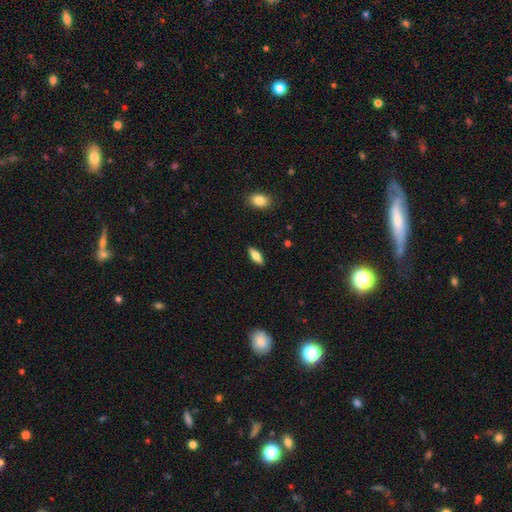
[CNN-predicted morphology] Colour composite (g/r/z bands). It shows a smooth galaxy with no disk features (66%) that is in between round and cigar-shaped (71%). Merging: none (89%).